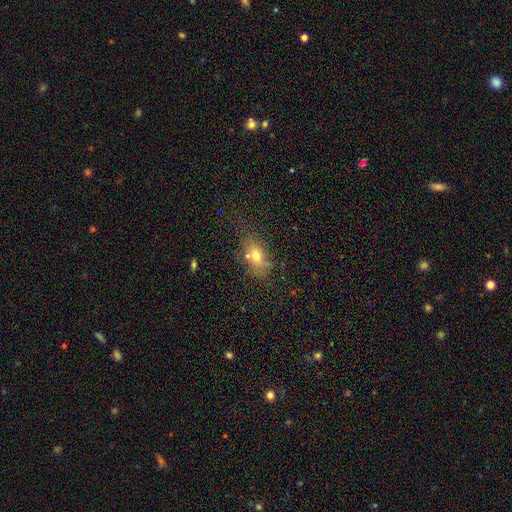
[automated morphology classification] smooth 67%, featured or disk 20%, star or artifact 13%. Down the decision tree: how rounded — in between (79%); merging — none (51%).